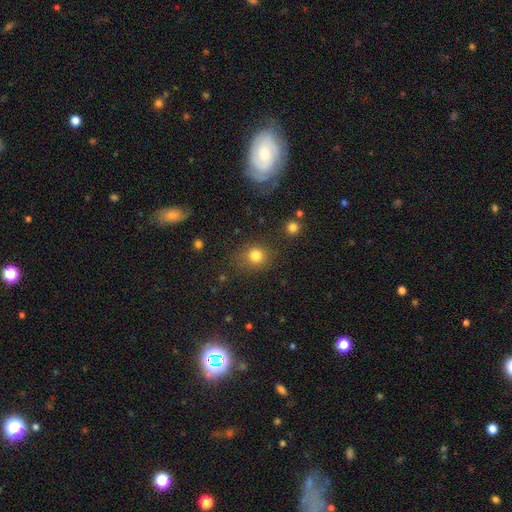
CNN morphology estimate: Smooth or featured?
  - smooth: 80% *
  - star or artifact: 14%
  - featured or disk: 6%
How rounded?
  - round: 78% *
  - in between: 21%
  - cigar-shaped: 1%
Merging?
  - none: 79% *
  - minor disturbance: 12%
  - major disturbance: 5%
  - merger: 3%